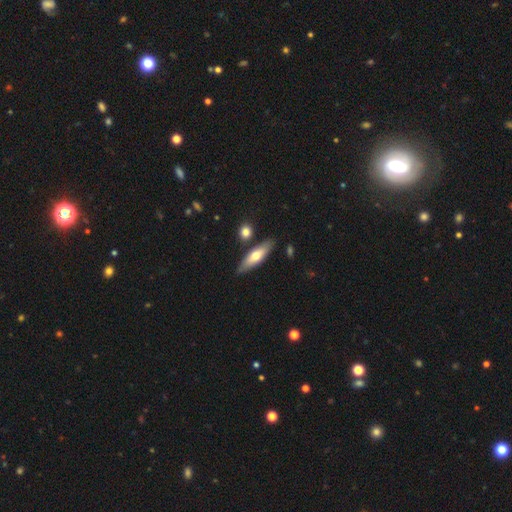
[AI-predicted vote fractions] smooth 57%, featured or disk 37%, star or artifact 5%. Down the decision tree: how rounded — cigar-shaped (63%); merging — none (82%).